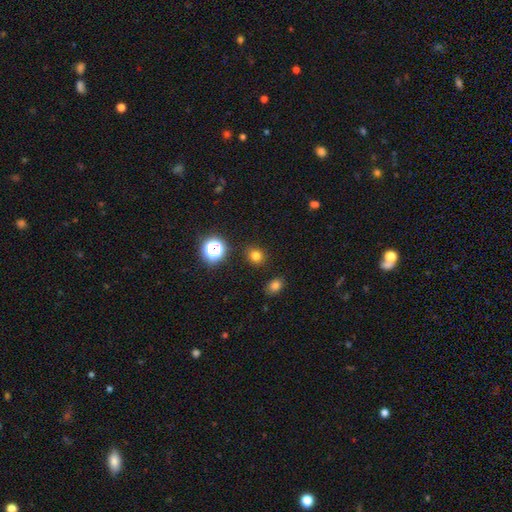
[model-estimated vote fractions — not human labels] Q: Smooth or featured?
A: smooth (76%); runner-up: star or artifact (19%)
Q: How rounded?
A: round (79%); runner-up: in between (20%)
Q: Merging?
A: none (88%); runner-up: minor disturbance (7%)